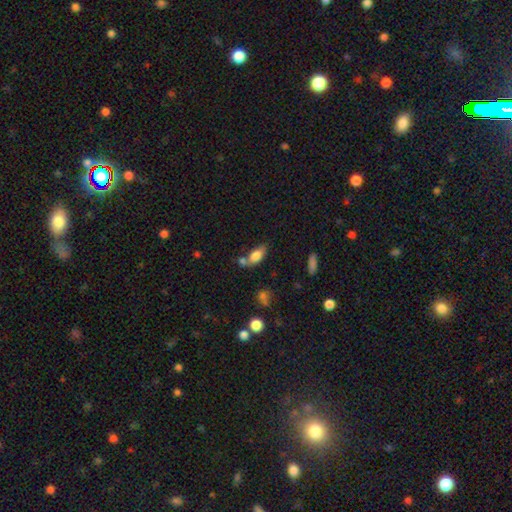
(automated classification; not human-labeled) This is likely a smooth galaxy (79%). How rounded: clearly in between (86%). Merging: marginally none (43%).